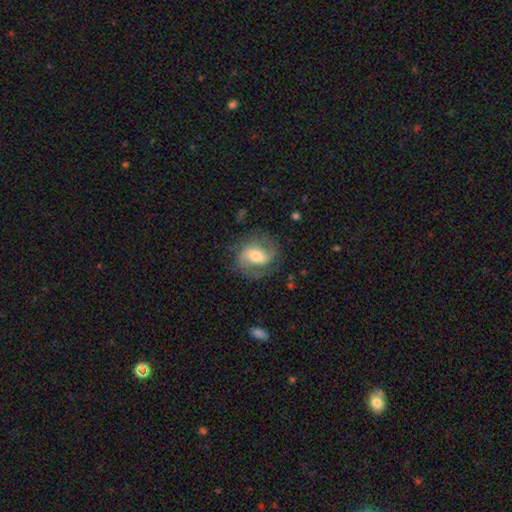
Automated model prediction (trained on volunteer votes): featured or disk 72%, smooth 21%, star or artifact 7%. Down the decision tree: edge-on disk — no (97%); bar — weak (45%); spiral arms — yes (90%); spiral arm count — 2 (84%); spiral winding — medium (49%); bulge size — moderate (59%); merging — none (72%).